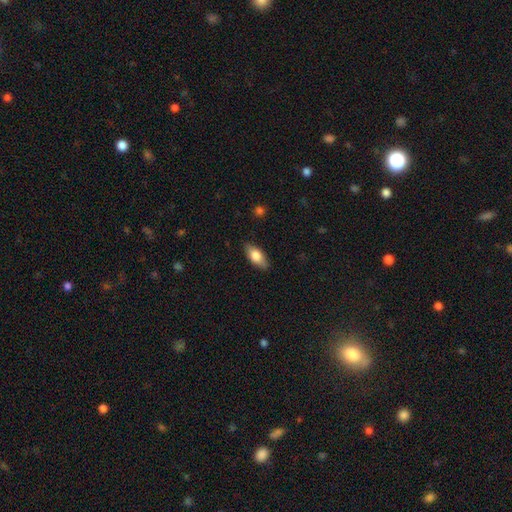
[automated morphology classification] A smooth galaxy with no disk features (75%) that is in between round and cigar-shaped (85%).

Vote fractions:
- Smooth or featured? smooth: 75% / featured or disk: 18% / star or artifact: 6%
- How rounded? in between: 85% / cigar-shaped: 12% / round: 3%
- Merging? none: 86% / minor disturbance: 11% / major disturbance: 2% / merger: 1%